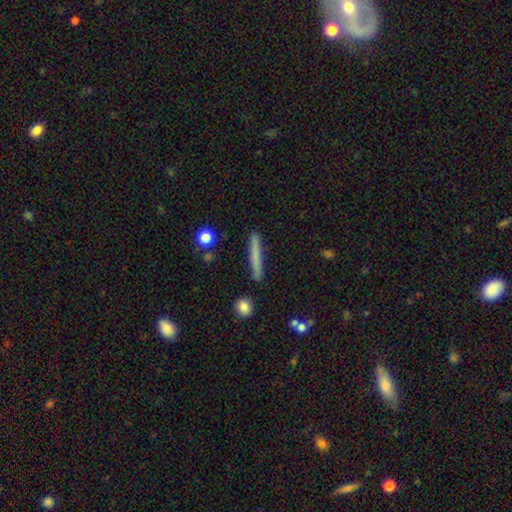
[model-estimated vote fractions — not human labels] smooth 70%, featured or disk 23%, star or artifact 7%. Down the decision tree: how rounded — cigar-shaped (95%); merging — none (87%).